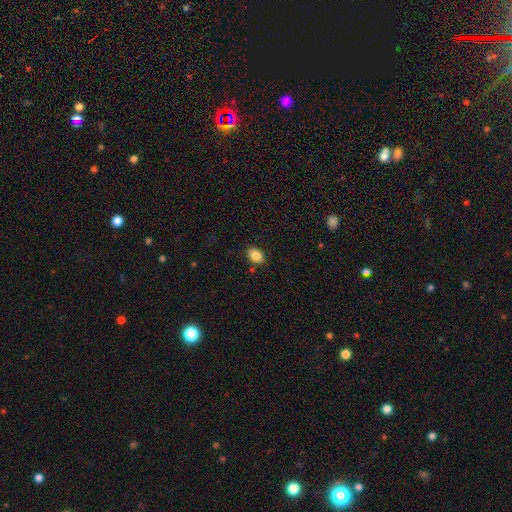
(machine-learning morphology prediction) Overall: smooth (87%). How rounded: in between (79%). Merging: none (84%).